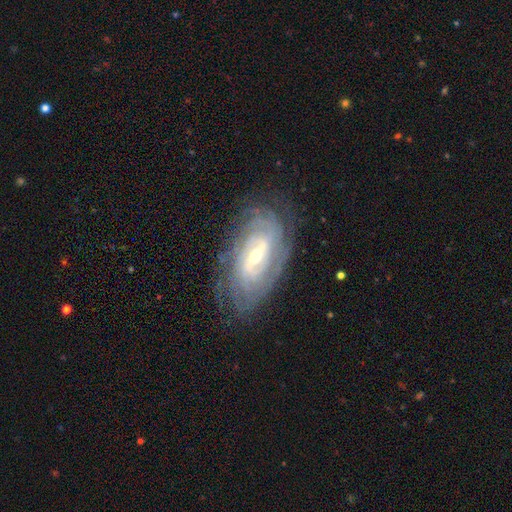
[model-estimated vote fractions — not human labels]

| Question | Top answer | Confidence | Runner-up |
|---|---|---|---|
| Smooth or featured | featured or disk | 87% | smooth (7%) |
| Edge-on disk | no | 93% | yes (7%) |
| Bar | strong | 44% | weak (41%) |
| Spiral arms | yes | 94% | no (6%) |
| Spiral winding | tight | 78% | medium (18%) |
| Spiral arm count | can't tell | 43% | 4 (15%) |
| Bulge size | small | 50% | moderate (45%) |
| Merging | none | 79% | minor disturbance (15%) |